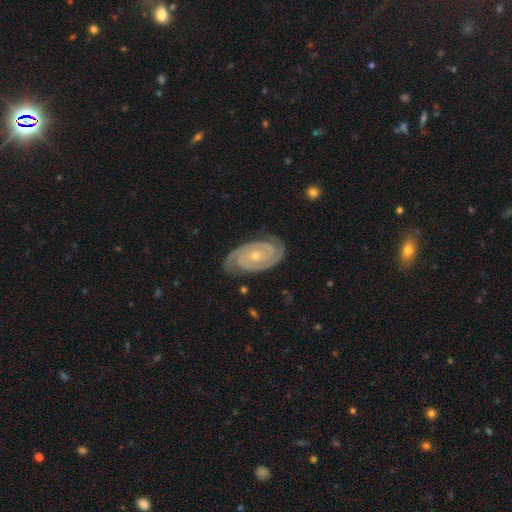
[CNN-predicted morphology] The model was most divided on "bulge size": small: 60%, moderate: 37%, large: 1%, none: 1%, dominant: 1%. More confident: spiral arms — yes (98%); edge-on disk — no (97%); smooth or featured — featured or disk (92%); spiral arm count — 2 (85%); merging — none (83%); spiral winding — tight (82%); bar — no (73%).